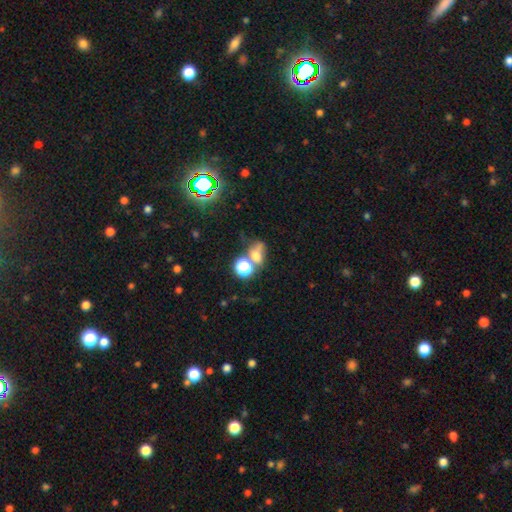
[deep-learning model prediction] smooth_or_featured: smooth (p=0.55) [alt: star or artifact p=0.27]
how_rounded: round (p=0.49) [alt: in between p=0.48]
merging: none (p=0.39) [alt: merger p=0.34]